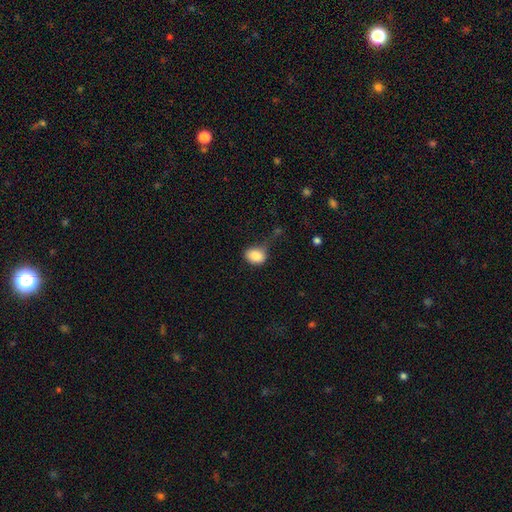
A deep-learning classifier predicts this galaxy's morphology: A smooth galaxy with no disk features (84%) that is in between round and cigar-shaped (50%). Merging: none (44%).